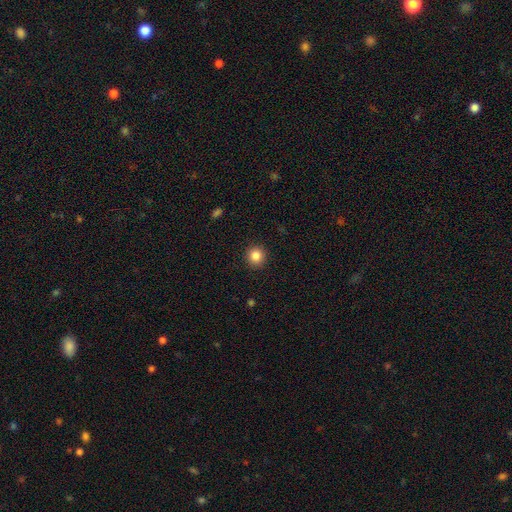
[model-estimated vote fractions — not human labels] Smooth or featured: smooth — 86% (star or artifact — 10%)
How rounded: round — 91% (in between — 8%)
Merging: none — 92% (minor disturbance — 5%)